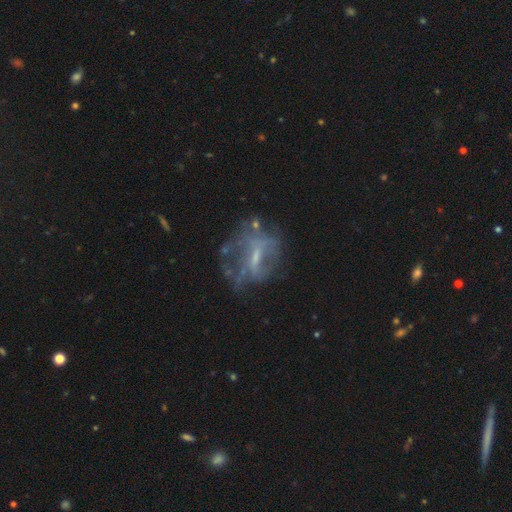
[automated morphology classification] Smooth or featured?
  - featured or disk: 67% *
  - smooth: 19%
  - star or artifact: 14%
Edge-on disk?
  - no: 94% *
  - yes: 6%
Bar?
  - weak: 44% *
  - no: 33%
  - strong: 22%
Spiral arms?
  - no: 59% *
  - yes: 41%
Bulge size?
  - small: 50% *
  - moderate: 27%
  - none: 19%
  - large: 2%
  - dominant: 1%
Merging?
  - none: 51% *
  - major disturbance: 24%
  - minor disturbance: 20%
  - merger: 5%